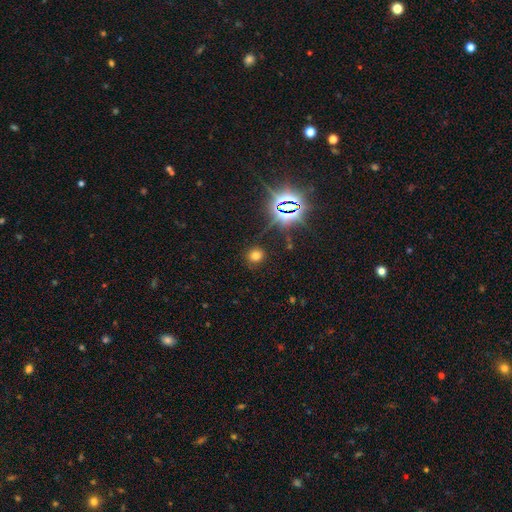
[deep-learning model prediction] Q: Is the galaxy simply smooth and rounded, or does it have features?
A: smooth — 65%.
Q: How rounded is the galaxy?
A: round — 82%.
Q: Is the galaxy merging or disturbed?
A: none — 85%.